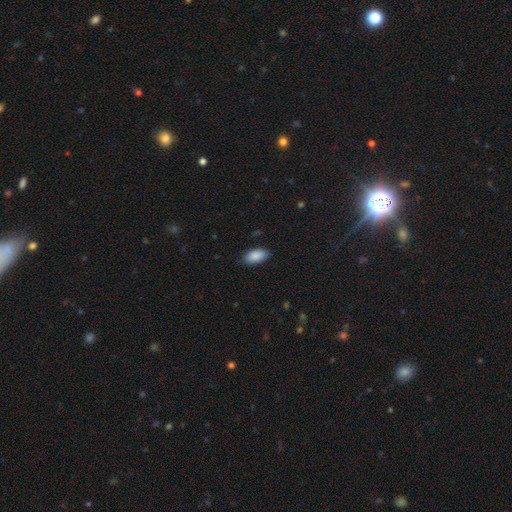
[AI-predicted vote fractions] A smooth galaxy with no disk features (90%) that is in between round and cigar-shaped (94%).

Vote fractions:
- Smooth or featured? smooth: 90% / star or artifact: 7% / featured or disk: 3%
- How rounded? in between: 94% / cigar-shaped: 3% / round: 3%
- Merging? none: 87% / minor disturbance: 10% / major disturbance: 2% / merger: 1%